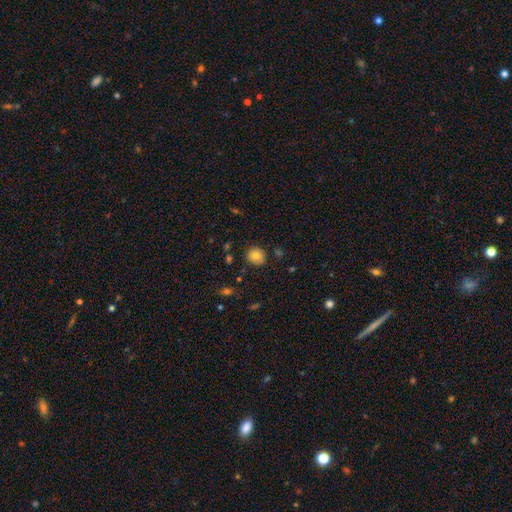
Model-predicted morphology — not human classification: Smooth or featured?
  - smooth: 78% *
  - featured or disk: 12%
  - star or artifact: 10%
How rounded?
  - round: 83% *
  - in between: 16%
  - cigar-shaped: 1%
Merging?
  - none: 83% *
  - minor disturbance: 13%
  - major disturbance: 3%
  - merger: 2%